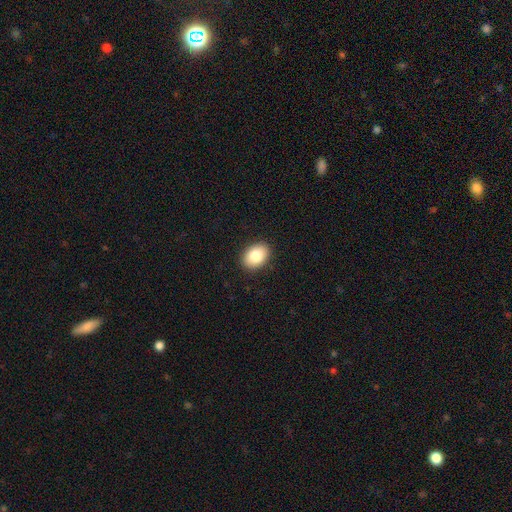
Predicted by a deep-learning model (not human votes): A smooth galaxy with no disk features (85%) that is in between round and cigar-shaped (83%).

Vote fractions:
- Smooth or featured? smooth: 85% / featured or disk: 8% / star or artifact: 7%
- How rounded? in between: 83% / round: 16% / cigar-shaped: 1%
- Merging? none: 90% / minor disturbance: 7% / major disturbance: 2% / merger: 1%